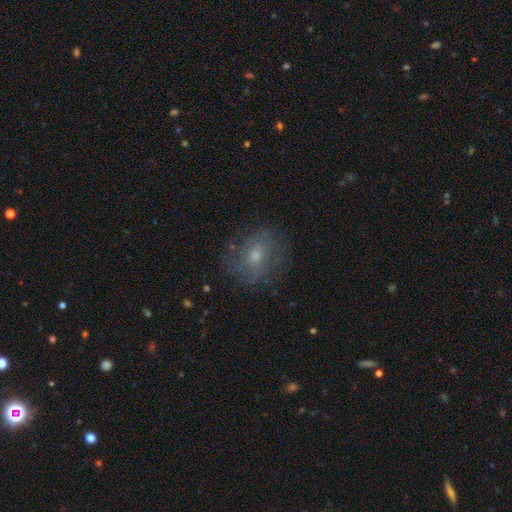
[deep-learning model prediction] Morphology: type=featured or disk (56%); edge-on=no (97%); bar=no (70%); spiral arms=yes (74%); bulge=moderate (52%); merging=none (72%).